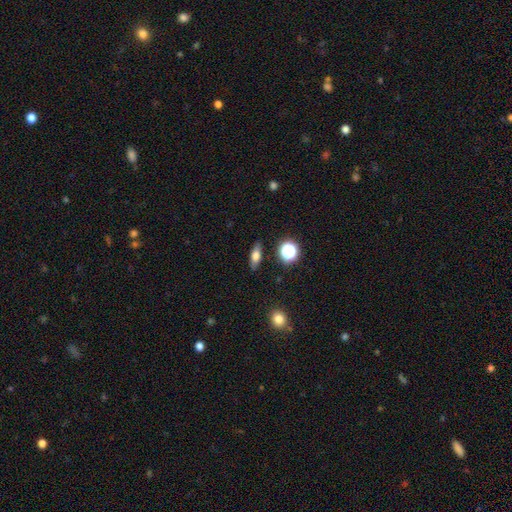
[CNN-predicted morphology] Smooth or featured?
  - smooth: 64% *
  - featured or disk: 25%
  - star or artifact: 11%
How rounded?
  - in between: 57% *
  - cigar-shaped: 31%
  - round: 11%
Merging?
  - none: 87% *
  - minor disturbance: 9%
  - major disturbance: 3%
  - merger: 2%